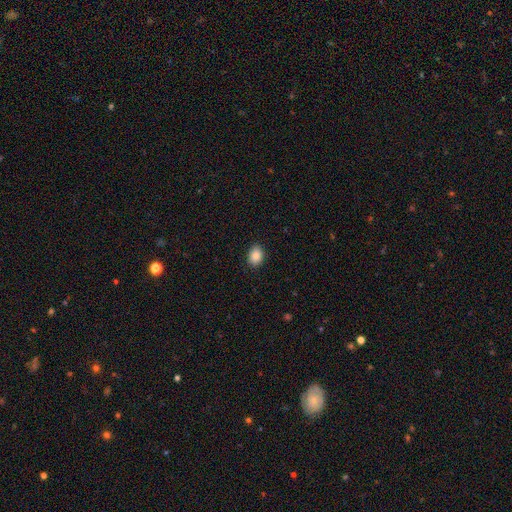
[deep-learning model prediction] The model was most divided on "how rounded": in between: 70%, round: 29%, cigar-shaped: 1%. More confident: merging — none (88%); smooth or featured — smooth (88%).